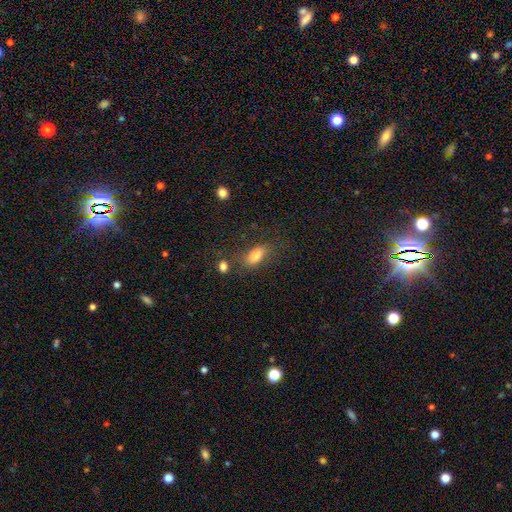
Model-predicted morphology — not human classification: Smooth or featured: smooth — 78% (star or artifact — 11%)
How rounded: in between — 84% (cigar-shaped — 10%)
Merging: none — 65% (minor disturbance — 17%)